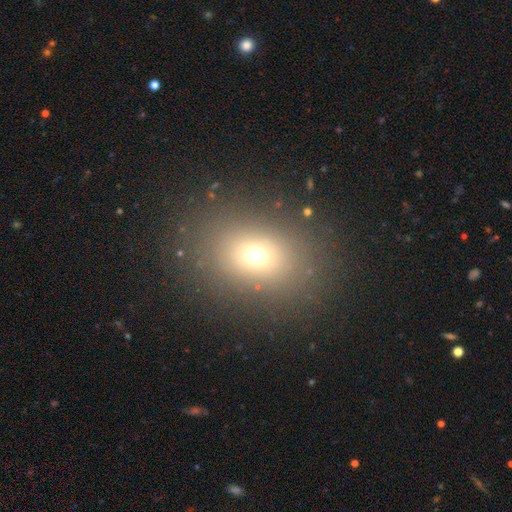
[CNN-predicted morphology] This appears to be a smooth galaxy with no disk features (67%) that is in between round and cigar-shaped (58%). Merging: none (85%).